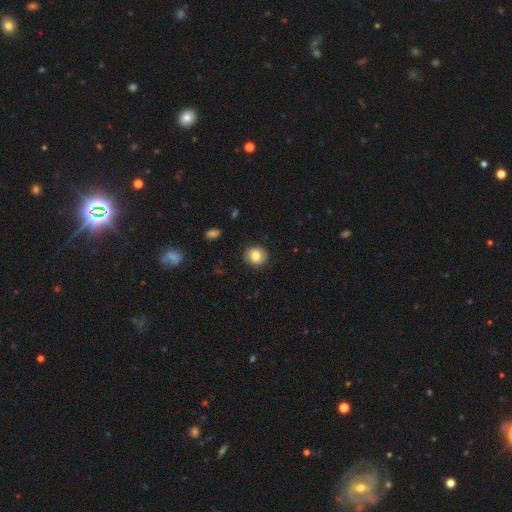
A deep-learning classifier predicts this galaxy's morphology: This appears to be a smooth galaxy with no disk features (81%) that is round (87%). Merging: none (89%).